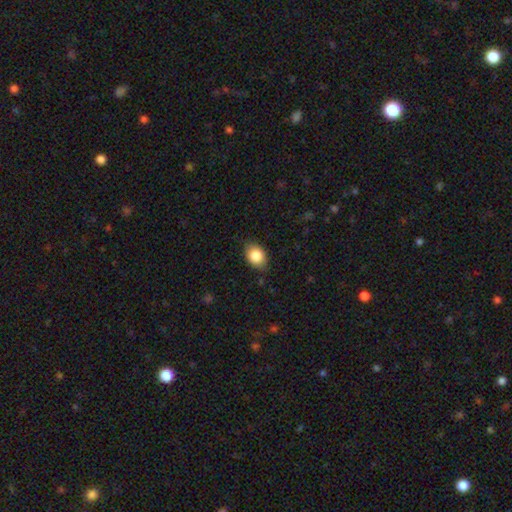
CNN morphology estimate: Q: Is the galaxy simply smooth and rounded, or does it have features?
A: smooth — 85%.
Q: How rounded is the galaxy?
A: in between — 73%.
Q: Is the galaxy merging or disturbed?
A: none — 80%.